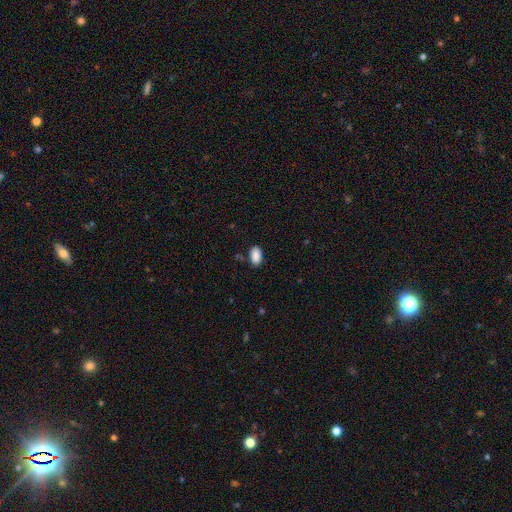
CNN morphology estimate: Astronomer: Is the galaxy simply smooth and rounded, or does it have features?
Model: smooth — 89%.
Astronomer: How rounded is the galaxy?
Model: in between — 93%.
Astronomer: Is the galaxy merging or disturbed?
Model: none — 85%.